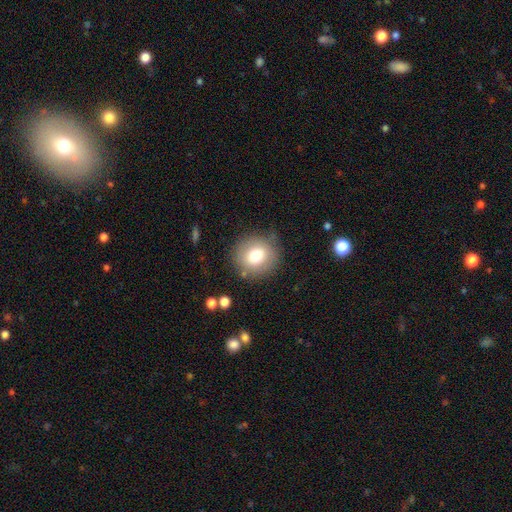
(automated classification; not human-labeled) The model was most divided on "smooth or featured": smooth: 75%, featured or disk: 15%, star or artifact: 10%. More confident: how rounded — round (89%); merging — none (80%).